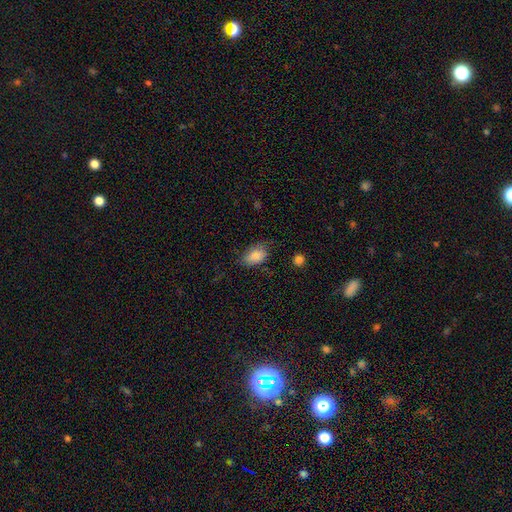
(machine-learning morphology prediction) smooth 85%, star or artifact 8%, featured or disk 6%. Down the decision tree: how rounded — in between (88%); merging — none (61%).